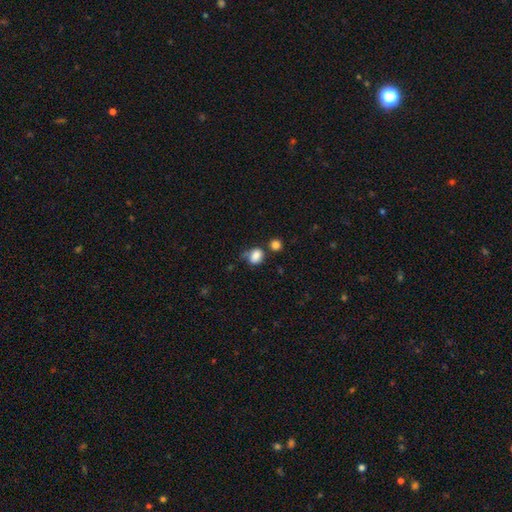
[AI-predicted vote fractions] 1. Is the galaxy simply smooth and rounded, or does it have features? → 83% smooth, 10% star or artifact, 7% featured or disk.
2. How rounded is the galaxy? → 60% in between, 39% round, 1% cigar-shaped.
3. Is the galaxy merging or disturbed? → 44% none, 26% minor disturbance, 18% merger, 12% major disturbance.